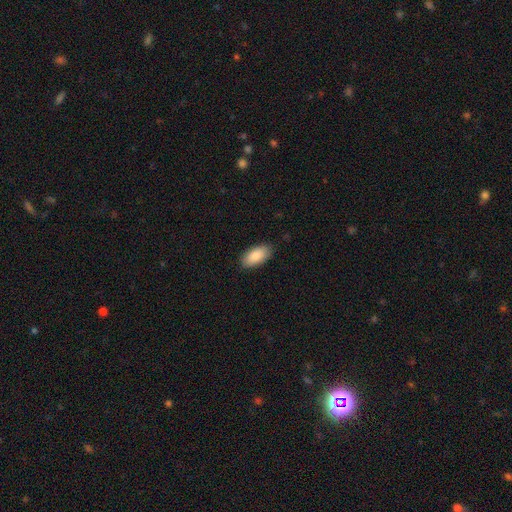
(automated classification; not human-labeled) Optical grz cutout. It shows a smooth galaxy with no disk features (88%) that is in between round and cigar-shaped (94%). Merging: none (88%).